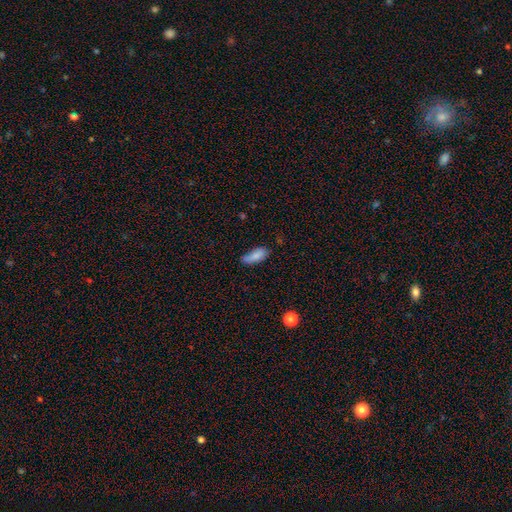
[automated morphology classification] Overall: smooth (83%). How rounded: in between (76%). Merging: none (57%; minor disturbance 32%).